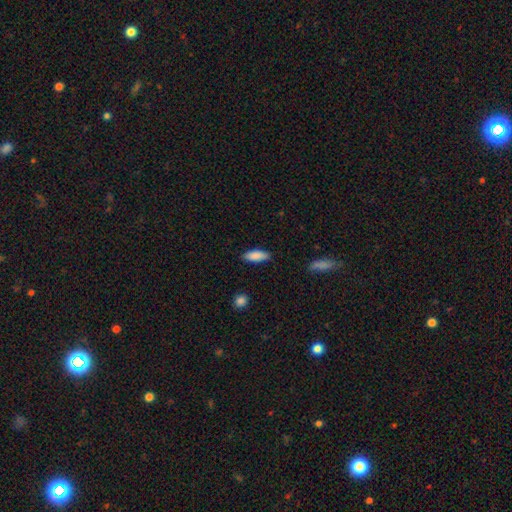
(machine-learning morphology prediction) Smooth or featured? smooth (87%)
How rounded? in between (70%)
Merging? none (84%)